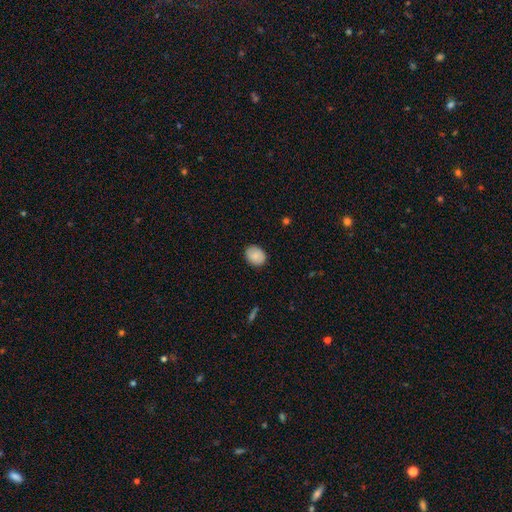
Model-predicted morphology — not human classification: A smooth galaxy with no disk features (84%) that is round (50%). Merging: none (86%).